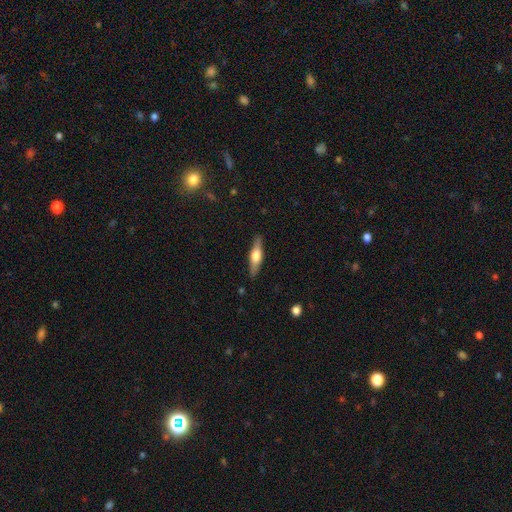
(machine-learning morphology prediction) This appears to be a featured or disk galaxy (56%) viewed edge-on (95%) with a rounded central bulge (90%). Merging: none (88%).